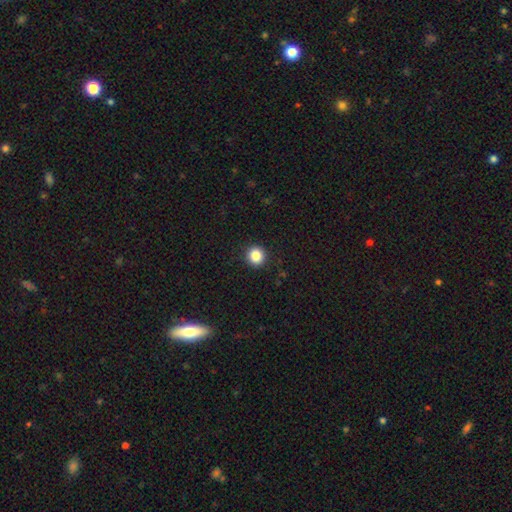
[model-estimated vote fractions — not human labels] Smooth or featured? smooth (86%)
How rounded? round (91%)
Merging? none (92%)